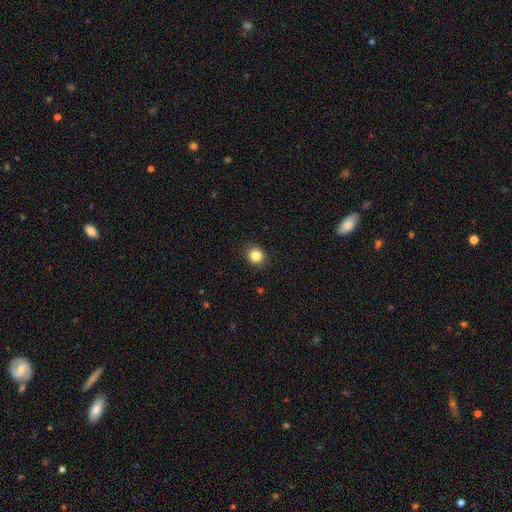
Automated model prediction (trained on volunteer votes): smooth-or-featured: smooth: 84% | star or artifact: 10% | featured or disk: 5%
  how-rounded: round: 74% | in between: 25% | cigar-shaped: 1%
  merging: none: 89% | minor disturbance: 8% | major disturbance: 2% | merger: 1%